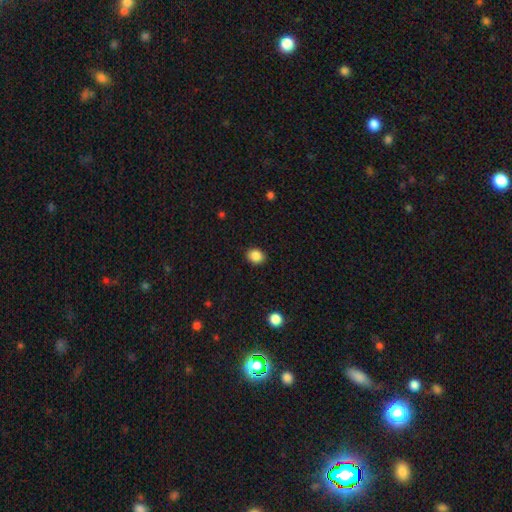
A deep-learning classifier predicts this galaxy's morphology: This appears to be a smooth galaxy with no disk features (86%) that is round (58%). Merging: none (90%).